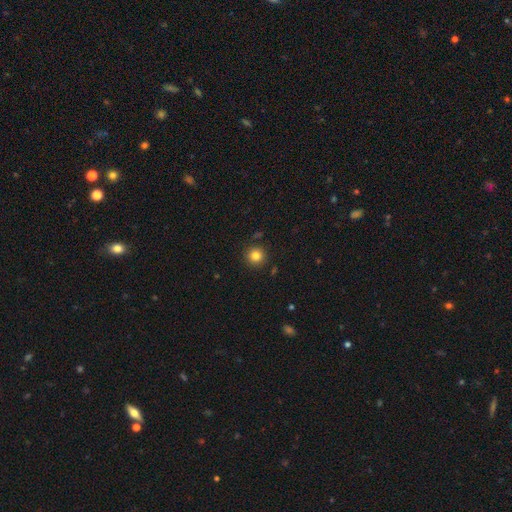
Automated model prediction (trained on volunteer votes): Smooth or featured?
  - smooth: 82% *
  - star or artifact: 12%
  - featured or disk: 6%
How rounded?
  - round: 95% *
  - in between: 4%
  - cigar-shaped: 1%
Merging?
  - none: 90% *
  - minor disturbance: 6%
  - merger: 2%
  - major disturbance: 2%